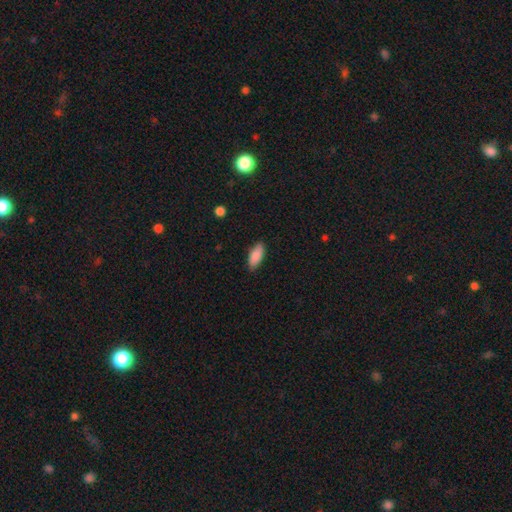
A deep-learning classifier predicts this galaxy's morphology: Smooth or featured?
  - smooth: 89% *
  - star or artifact: 6%
  - featured or disk: 5%
How rounded?
  - in between: 83% *
  - cigar-shaped: 15%
  - round: 2%
Merging?
  - none: 86% *
  - minor disturbance: 11%
  - major disturbance: 2%
  - merger: 1%